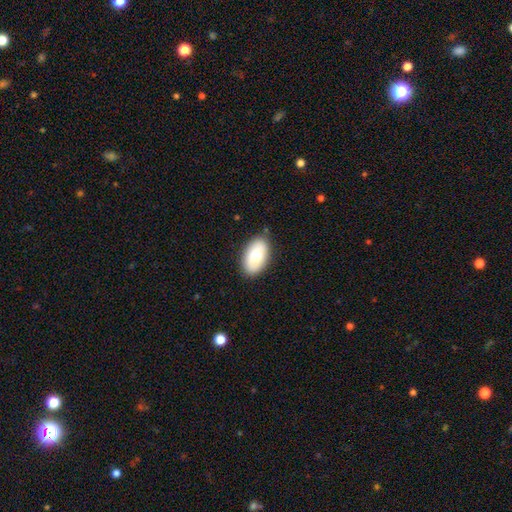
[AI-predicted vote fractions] A smooth galaxy with no disk features (79%) that is in between round and cigar-shaped (95%).

Vote fractions:
- Smooth or featured? smooth: 79% / featured or disk: 15% / star or artifact: 6%
- How rounded? in between: 95% / round: 4% / cigar-shaped: 2%
- Merging? none: 83% / minor disturbance: 13% / major disturbance: 3% / merger: 1%